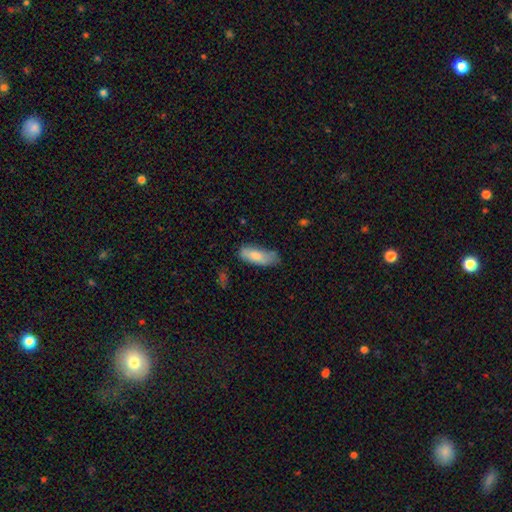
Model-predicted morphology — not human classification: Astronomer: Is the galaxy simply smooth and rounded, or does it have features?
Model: smooth — 76%.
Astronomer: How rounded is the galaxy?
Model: in between — 71%.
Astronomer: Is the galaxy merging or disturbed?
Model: none — 56% (runner-up: minor disturbance, 31%).